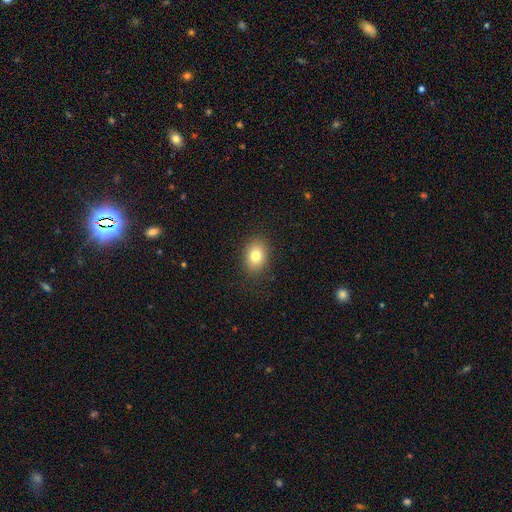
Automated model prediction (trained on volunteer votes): This is clearly a smooth galaxy (80%). How rounded: likely in between (67%). Merging: clearly none (88%).